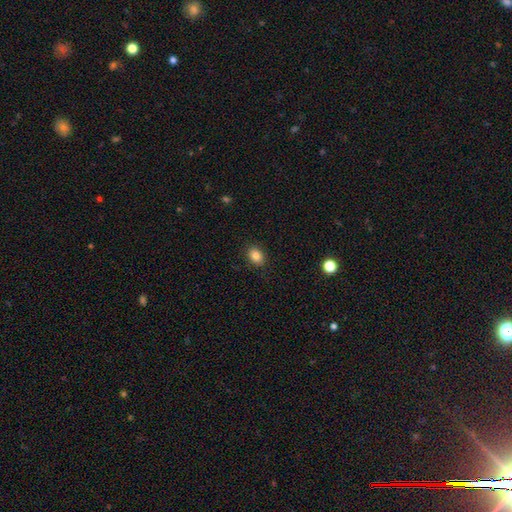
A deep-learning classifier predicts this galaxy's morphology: smooth 85%, star or artifact 10%, featured or disk 6%. Down the decision tree: how rounded — in between (67%); merging — none (87%).